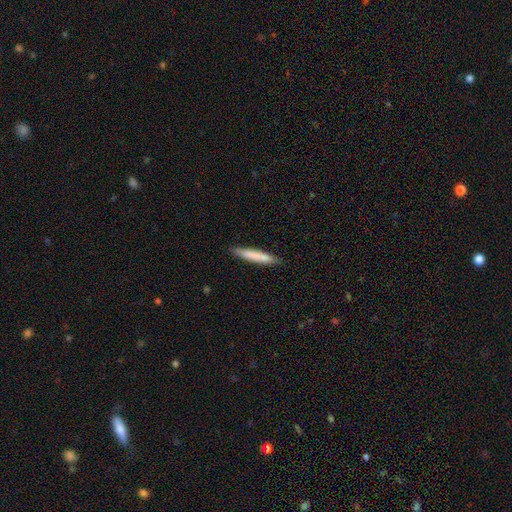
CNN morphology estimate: This is likely a smooth galaxy (78%). How rounded: clearly cigar-shaped (94%). Merging: clearly none (88%).